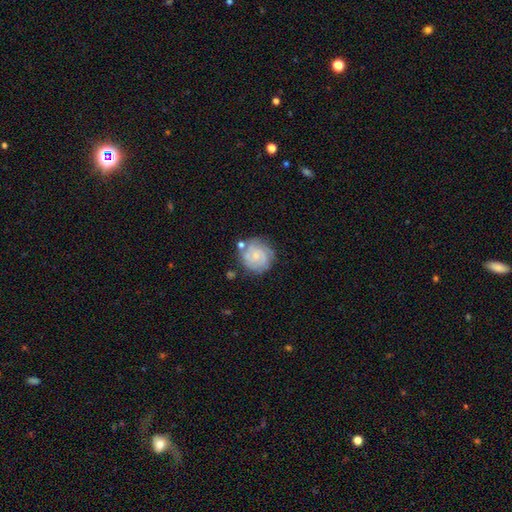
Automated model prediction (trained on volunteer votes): Smooth or featured? Predicted: featured or disk (p=0.63). Edge-on disk? Predicted: no (p=0.98). Bar? Predicted: no (p=0.67). Spiral arms? Predicted: yes (p=0.89). Spiral winding? Predicted: tight (p=0.65). Spiral arm count? Predicted: 2 (p=0.35). Bulge size? Predicted: small (p=0.64). Merging? Predicted: none (p=0.70).